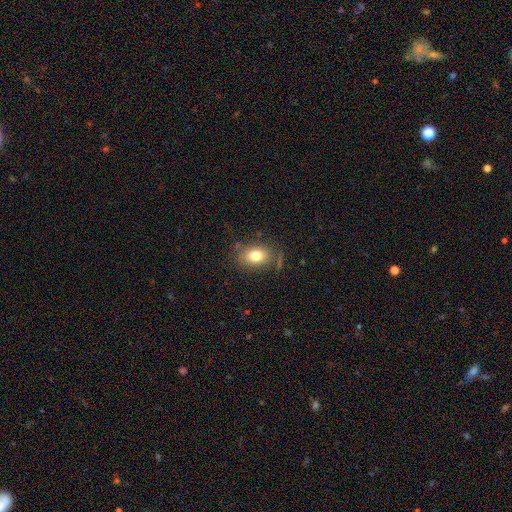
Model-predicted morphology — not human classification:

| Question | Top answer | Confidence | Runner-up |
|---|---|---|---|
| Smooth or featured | smooth | 77% | featured or disk (13%) |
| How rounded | in between | 76% | round (23%) |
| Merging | none | 74% | minor disturbance (16%) |